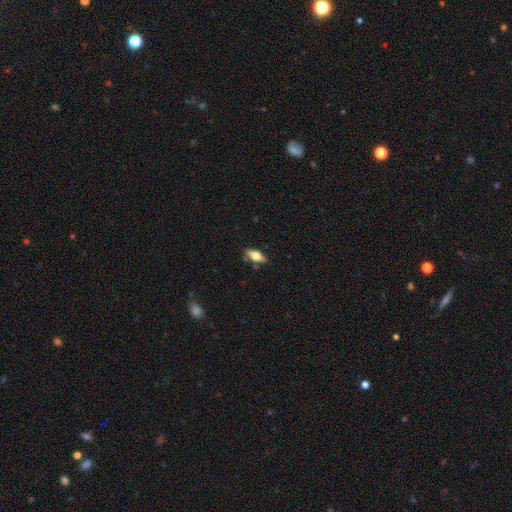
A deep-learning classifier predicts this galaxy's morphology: The model was most divided on "smooth or featured": smooth: 62%, featured or disk: 31%, star or artifact: 7%. More confident: merging — none (79%); how rounded — in between (78%).